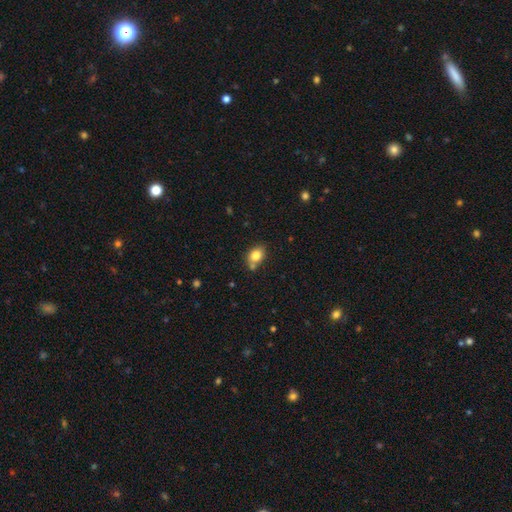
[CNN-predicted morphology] A smooth galaxy with no disk features (81%) that is in between round and cigar-shaped (57%).

Vote fractions:
- Smooth or featured? smooth: 81% / star or artifact: 10% / featured or disk: 9%
- How rounded? in between: 57% / round: 42% / cigar-shaped: 1%
- Merging? none: 65% / minor disturbance: 16% / merger: 15% / major disturbance: 4%